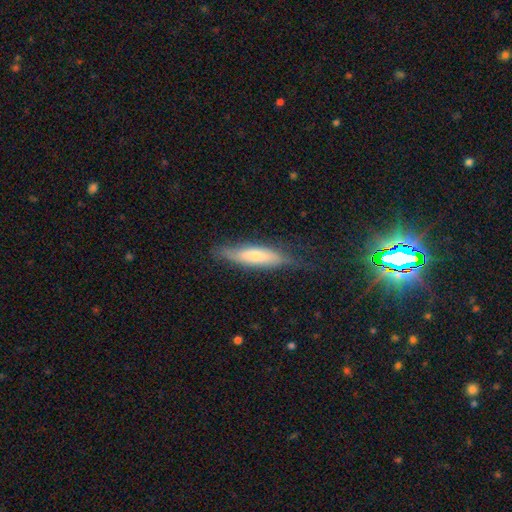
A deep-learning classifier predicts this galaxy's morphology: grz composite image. It shows a smooth galaxy with no disk features (63%) that is cigar-shaped (69%). Merging: none (65%).